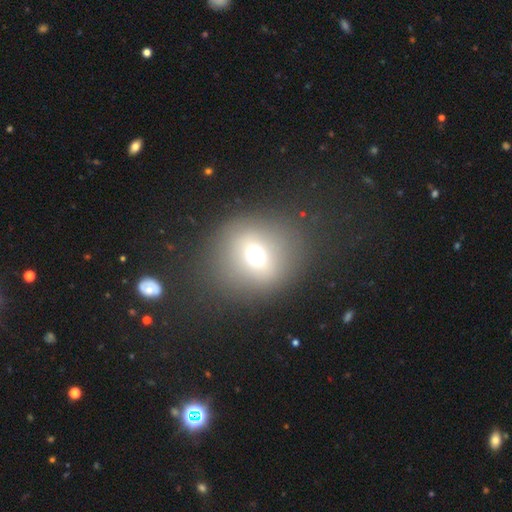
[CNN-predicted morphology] Smooth or featured? smooth (63%)
How rounded? round (83%)
Merging? none (77%)